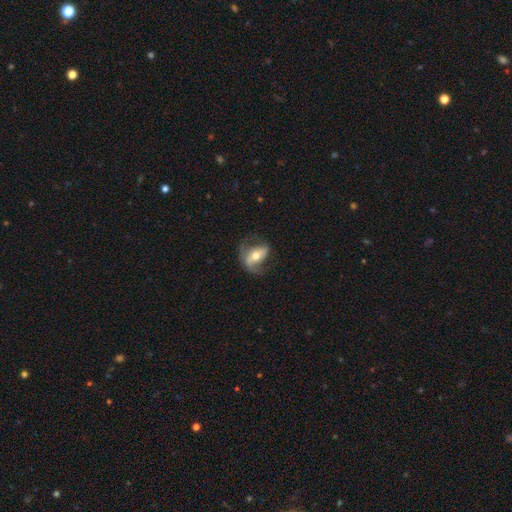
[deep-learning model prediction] A featured or disk galaxy (65%) with a strong bar (41%), spiral arms (75%) and a moderate central bulge (67%).

Vote fractions:
- Smooth or featured? featured or disk: 65% / smooth: 29% / star or artifact: 6%
- Edge-on disk? no: 92% / yes: 8%
- Bar? strong: 41% / no: 32% / weak: 27%
- Spiral arms? yes: 75% / no: 25%
- Bulge size? moderate: 67% / small: 24% / large: 7% / dominant: 1% / none: 1%
- Merging? none: 55% / minor disturbance: 24% / major disturbance: 20% / merger: 2%